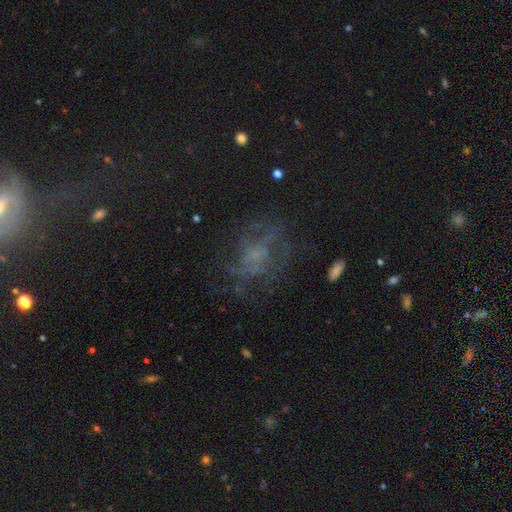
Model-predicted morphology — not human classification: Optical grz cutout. It shows a featured or disk galaxy (54%) with no bar (77%), spiral arms (65%) and no central bulge (48%). Merging: none (56%).